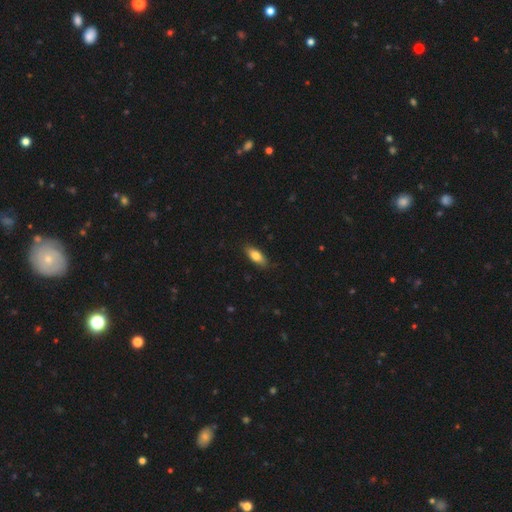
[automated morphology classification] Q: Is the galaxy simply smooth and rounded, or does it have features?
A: smooth — 80%.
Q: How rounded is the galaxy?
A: in between — 77%.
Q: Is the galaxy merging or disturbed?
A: none — 85%.